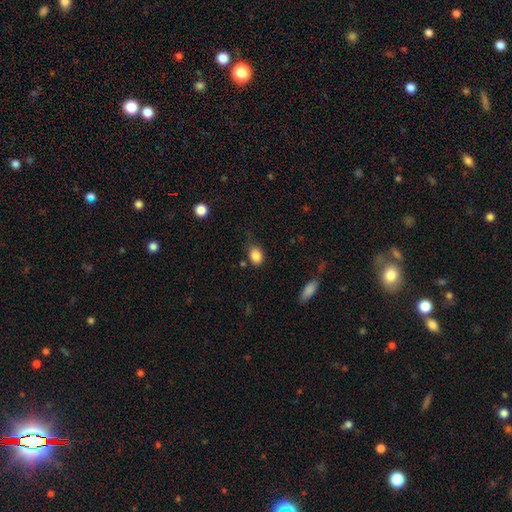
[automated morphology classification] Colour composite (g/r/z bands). It shows a smooth galaxy with no disk features (86%) that is in between round and cigar-shaped (60%). Merging: none (65%).